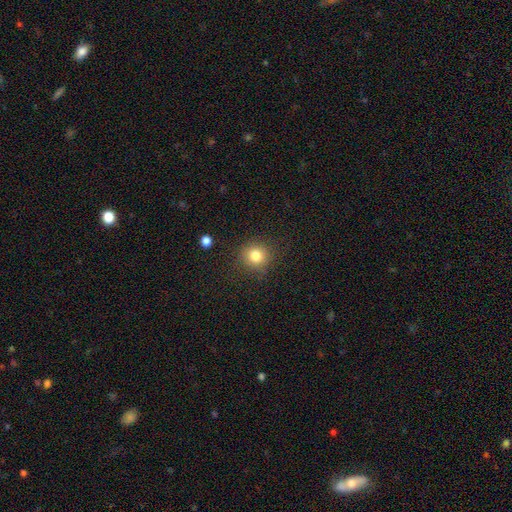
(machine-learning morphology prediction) A smooth galaxy with no disk features (81%) that is round (90%).

Vote fractions:
- Smooth or featured? smooth: 81% / star or artifact: 12% / featured or disk: 7%
- How rounded? round: 90% / in between: 9% / cigar-shaped: 1%
- Merging? none: 87% / minor disturbance: 8% / major disturbance: 3% / merger: 1%